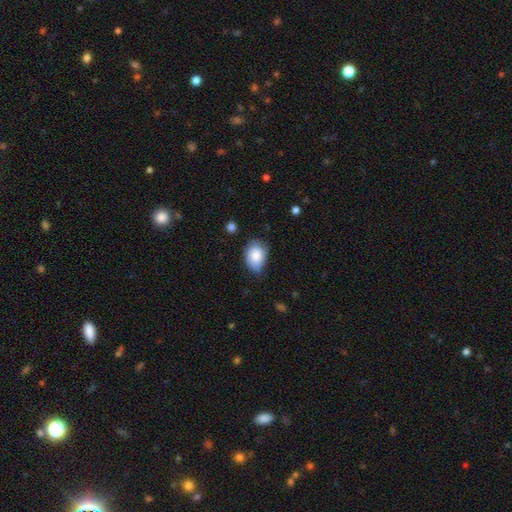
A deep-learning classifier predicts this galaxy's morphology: This appears to be a smooth galaxy with no disk features (84%) that is in between round and cigar-shaped (79%). Merging: none (60%).